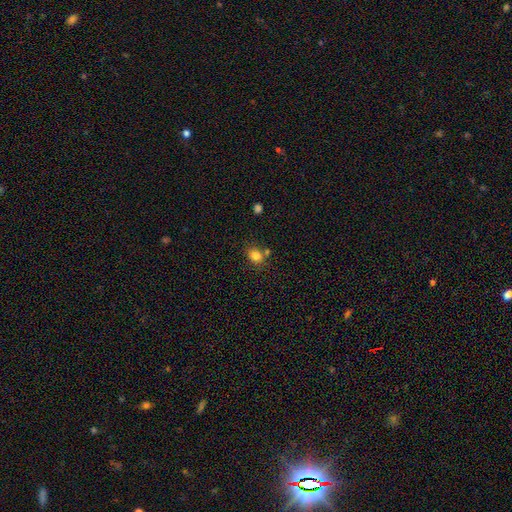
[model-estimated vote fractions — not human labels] Smooth or featured? Predicted: smooth (p=0.82). How rounded? Predicted: round (p=0.56). Merging? Predicted: none (p=0.69).